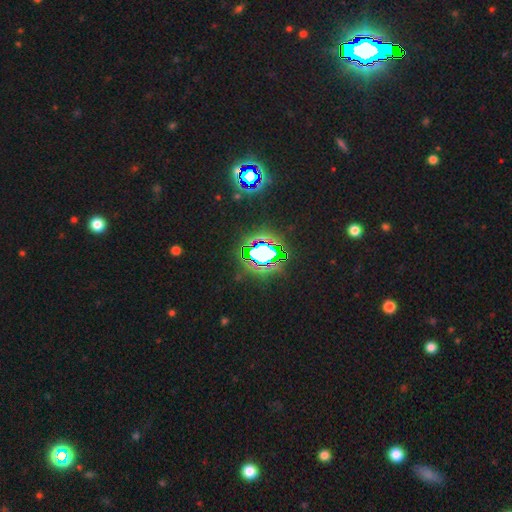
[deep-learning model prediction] Smooth or featured?
  - star or artifact: 77% *
  - smooth: 14%
  - featured or disk: 9%